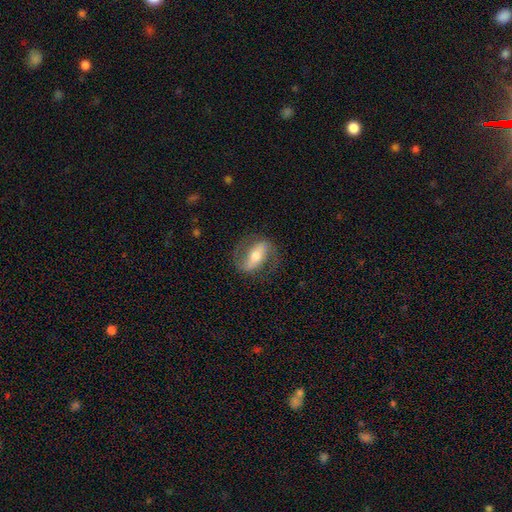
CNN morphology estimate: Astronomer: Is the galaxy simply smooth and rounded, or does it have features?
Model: featured or disk — 69%.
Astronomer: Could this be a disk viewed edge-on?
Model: no — 85%.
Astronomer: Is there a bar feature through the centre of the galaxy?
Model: strong — 60%.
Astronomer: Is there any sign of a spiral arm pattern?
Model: yes — 76%.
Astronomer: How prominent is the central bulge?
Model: moderate — 64%.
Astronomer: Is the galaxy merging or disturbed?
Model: none — 75%.